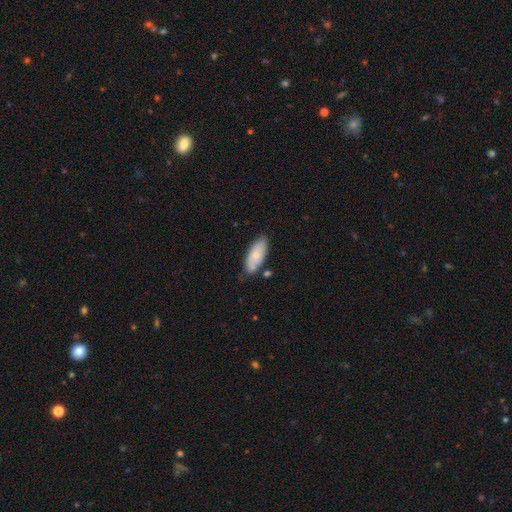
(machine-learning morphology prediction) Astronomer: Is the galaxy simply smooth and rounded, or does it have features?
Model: smooth — 69%.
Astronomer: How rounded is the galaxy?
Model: in between — 83%.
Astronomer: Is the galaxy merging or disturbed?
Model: none — 73%.